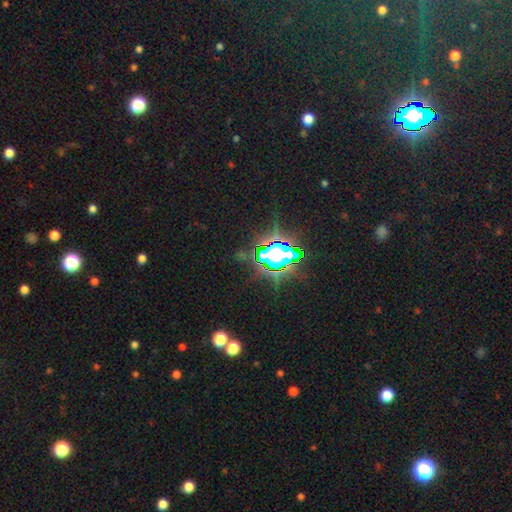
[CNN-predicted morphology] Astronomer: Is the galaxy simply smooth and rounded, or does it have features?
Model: star or artifact — 82%.